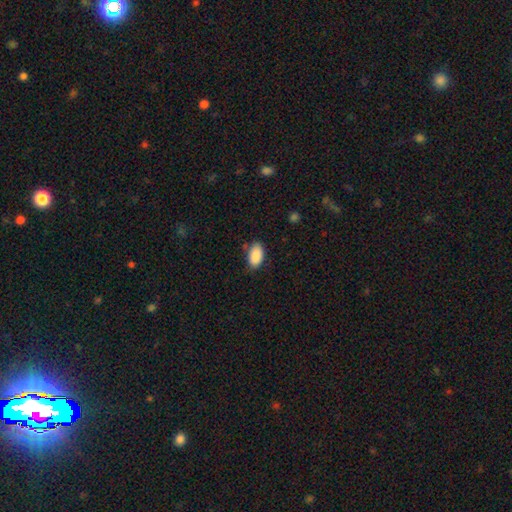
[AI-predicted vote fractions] A smooth galaxy with no disk features (89%) that is in between round and cigar-shaped (94%). Merging: none (78%).